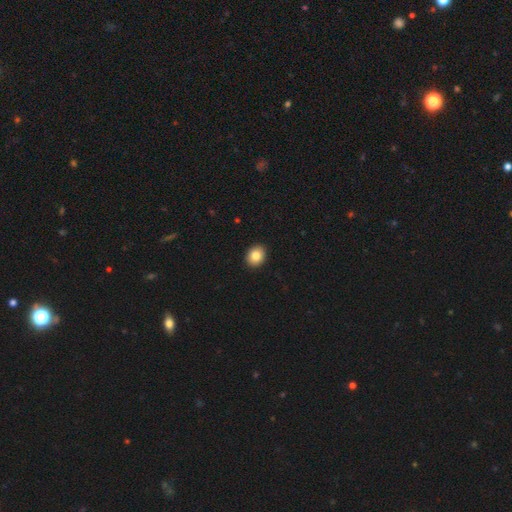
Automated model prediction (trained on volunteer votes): Q: Smooth or featured?
A: smooth (84%); runner-up: star or artifact (9%)
Q: How rounded?
A: in between (50%); runner-up: round (49%)
Q: Merging?
A: none (92%); runner-up: minor disturbance (5%)